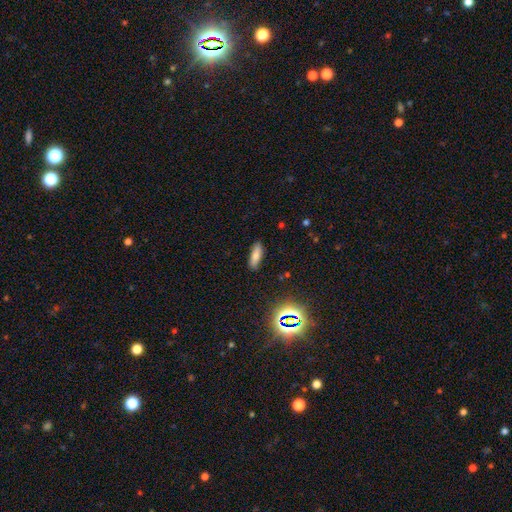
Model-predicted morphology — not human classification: The model was most divided on "how rounded": in between: 54%, cigar-shaped: 44%, round: 3%. More confident: merging — none (87%); smooth or featured — smooth (74%).